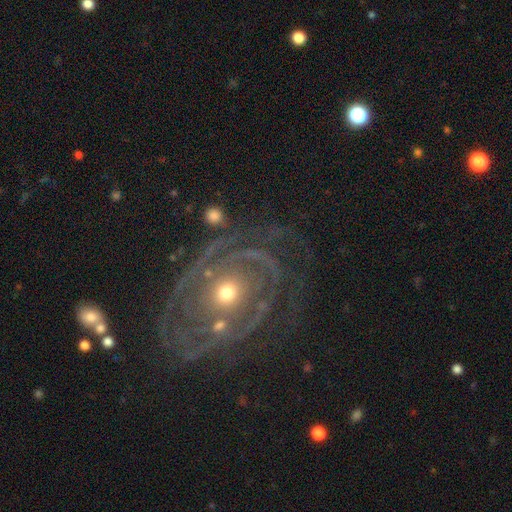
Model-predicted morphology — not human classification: Smooth or featured: featured or disk — 88% (star or artifact — 7%)
Edge-on disk: no — 97% (yes — 3%)
Bar: no — 78% (weak — 15%)
Spiral arms: yes — 93% (no — 7%)
Spiral winding: tight — 73% (medium — 22%)
Spiral arm count: 2 — 27% (can't tell — 25%)
Bulge size: moderate — 48% (small — 47%)
Merging: none — 70% (minor disturbance — 17%)